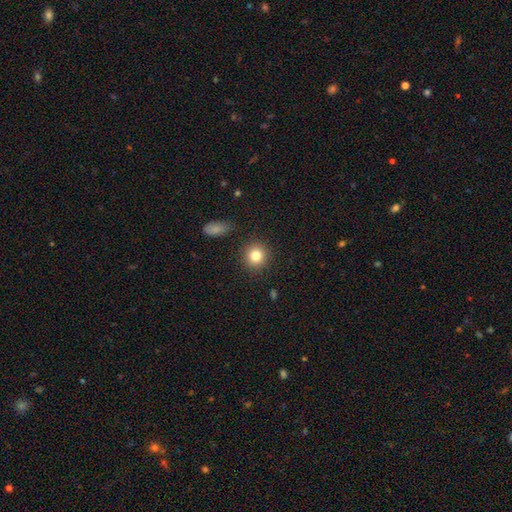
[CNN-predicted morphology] Smooth or featured? Predicted: smooth (p=0.83). How rounded? Predicted: round (p=0.90). Merging? Predicted: none (p=0.89).